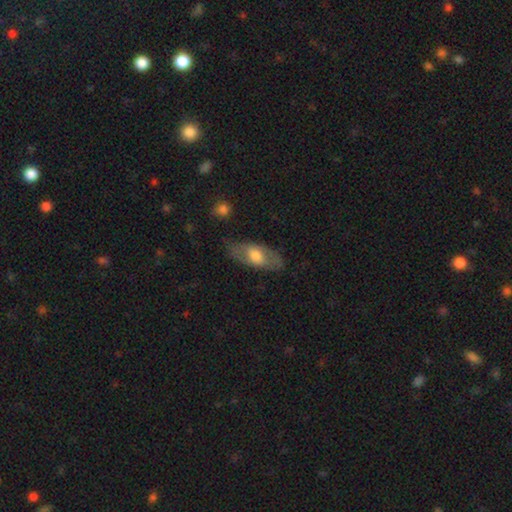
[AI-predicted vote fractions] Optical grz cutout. It shows a smooth galaxy with no disk features (51%) that is in between round and cigar-shaped (83%). Merging: none (73%).